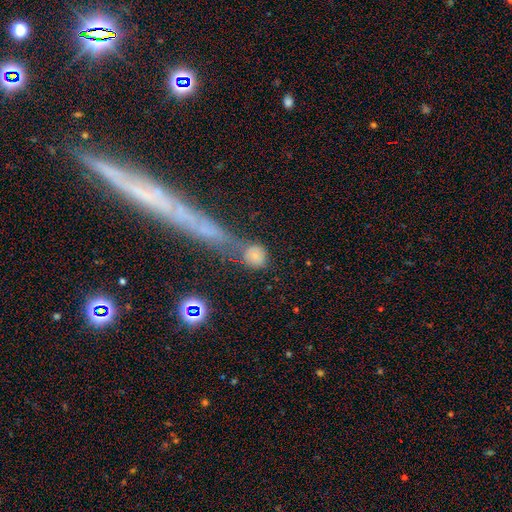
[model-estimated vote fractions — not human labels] Smooth or featured?
  - smooth: 71% *
  - star or artifact: 16%
  - featured or disk: 13%
How rounded?
  - round: 84% *
  - in between: 13%
  - cigar-shaped: 3%
Merging?
  - none: 59% *
  - merger: 22%
  - minor disturbance: 13%
  - major disturbance: 7%